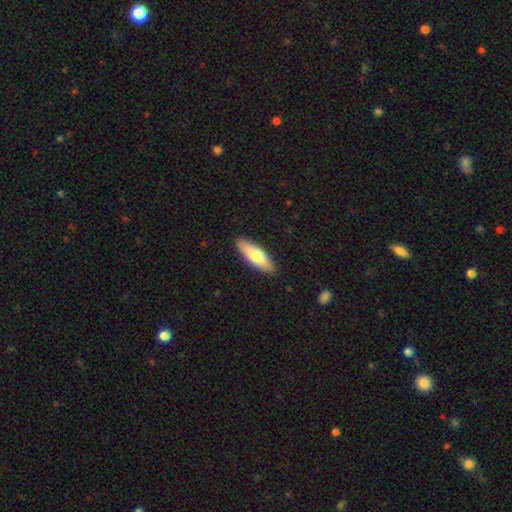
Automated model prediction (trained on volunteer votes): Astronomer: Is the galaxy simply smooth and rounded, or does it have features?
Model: smooth — 74%.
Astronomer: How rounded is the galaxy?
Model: in between — 56% (runner-up: cigar-shaped, 42%).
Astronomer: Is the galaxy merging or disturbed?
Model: none — 89%.